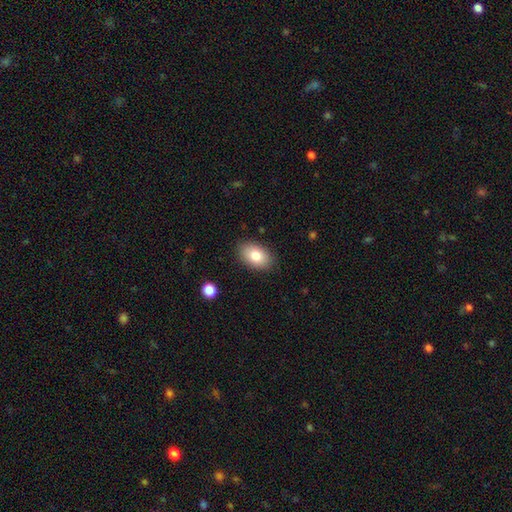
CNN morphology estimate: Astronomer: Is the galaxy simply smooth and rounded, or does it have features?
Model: smooth — 81%.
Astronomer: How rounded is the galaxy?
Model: in between — 90%.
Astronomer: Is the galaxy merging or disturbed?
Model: none — 87%.